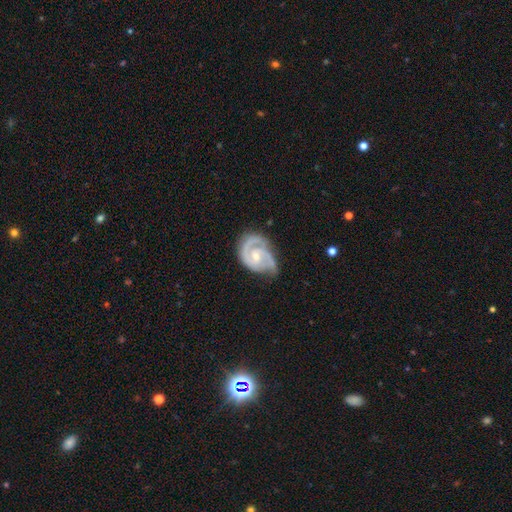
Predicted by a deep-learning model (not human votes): featured or disk 89%, smooth 7%, star or artifact 4%. Down the decision tree: edge-on disk — no (98%); bar — no (55%); spiral arms — yes (97%); spiral arm count — 2 (75%); spiral winding — tight (48%); bulge size — small (54%); merging — none (55%).